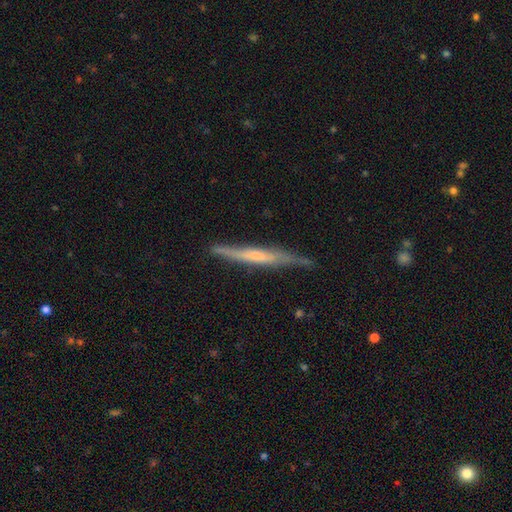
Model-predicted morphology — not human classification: Smooth or featured: featured or disk — 58% (smooth — 36%)
Edge-on disk: yes — 93% (no — 7%)
Edge-on bulge: none — 55% (rounded — 26%)
Merging: none — 73% (minor disturbance — 21%)